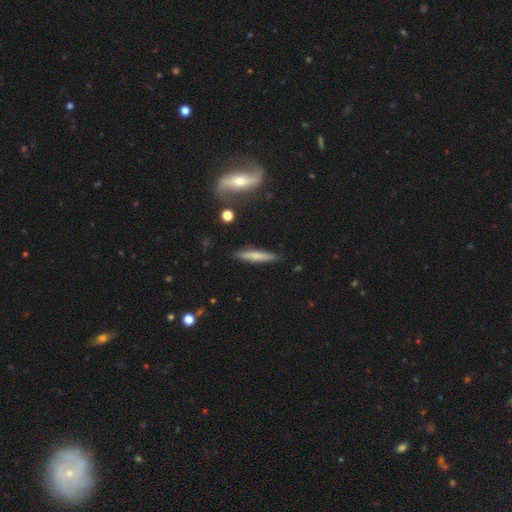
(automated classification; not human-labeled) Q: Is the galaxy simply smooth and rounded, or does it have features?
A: smooth — 62%.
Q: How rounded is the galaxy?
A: cigar-shaped — 92%.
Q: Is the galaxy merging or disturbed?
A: none — 86%.